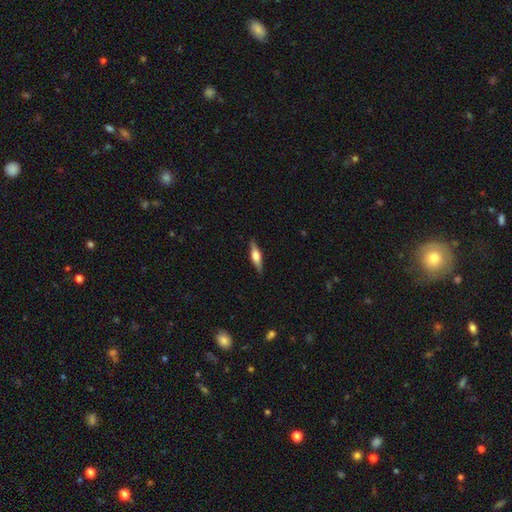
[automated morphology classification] A featured or disk galaxy (54%) viewed edge-on (95%) with a rounded central bulge (77%). Merging: none (87%).